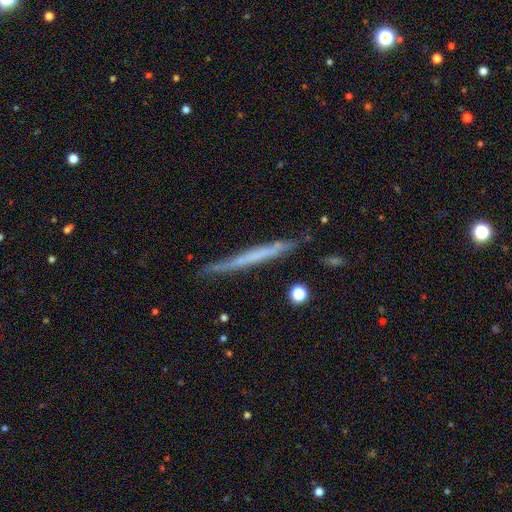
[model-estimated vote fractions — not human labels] Smooth or featured: featured or disk — 53% (smooth — 40%)
Edge-on disk: yes — 96% (no — 4%)
Edge-on bulge: none — 90% (rounded — 5%)
Merging: none — 83% (minor disturbance — 13%)